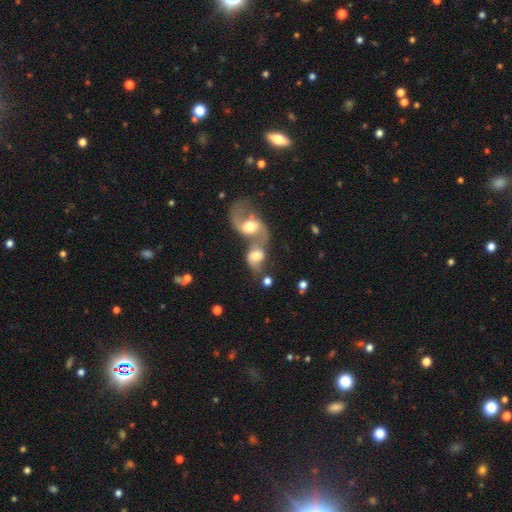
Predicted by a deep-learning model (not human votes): Smooth or featured?
  - featured or disk: 58% *
  - smooth: 33%
  - star or artifact: 9%
Edge-on disk?
  - no: 95% *
  - yes: 5%
Bar?
  - weak: 42% *
  - no: 41%
  - strong: 17%
Spiral arms?
  - yes: 82% *
  - no: 18%
Bulge size?
  - moderate: 55% *
  - large: 26%
  - small: 12%
  - dominant: 3%
  - none: 3%
Merging?
  - merger: 77% *
  - none: 12%
  - major disturbance: 6%
  - minor disturbance: 5%